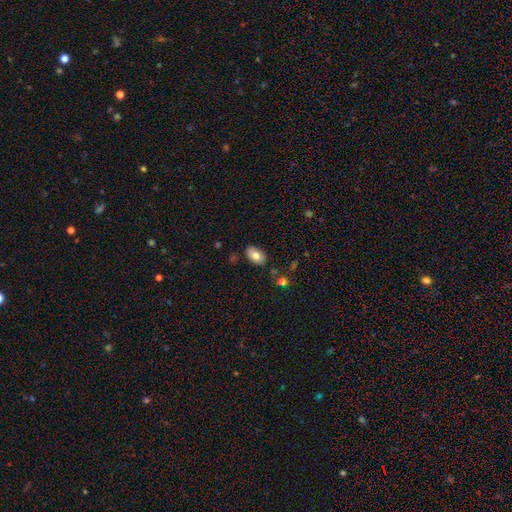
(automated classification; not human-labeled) A smooth galaxy with no disk features (76%) that is in between round and cigar-shaped (90%).

Vote fractions:
- Smooth or featured? smooth: 76% / featured or disk: 16% / star or artifact: 8%
- How rounded? in between: 90% / round: 8% / cigar-shaped: 1%
- Merging? none: 81% / minor disturbance: 14% / major disturbance: 3% / merger: 2%